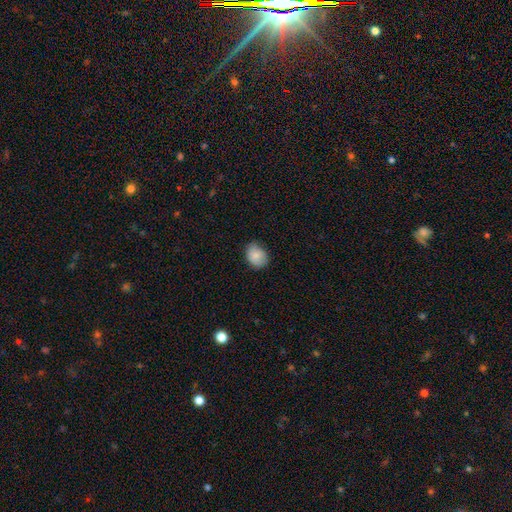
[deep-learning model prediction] Smooth or featured?
  - smooth: 82% *
  - featured or disk: 10%
  - star or artifact: 8%
How rounded?
  - in between: 53% *
  - round: 47%
  - cigar-shaped: 1%
Merging?
  - none: 68% *
  - minor disturbance: 27%
  - major disturbance: 4%
  - merger: 1%